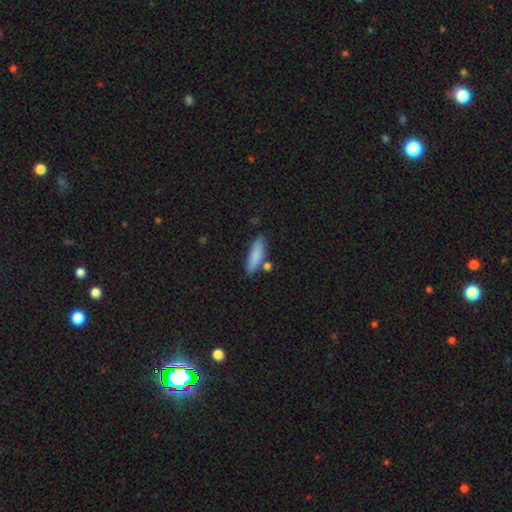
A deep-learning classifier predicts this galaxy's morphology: This is clearly a smooth galaxy (83%). How rounded: possibly cigar-shaped (60%). Merging: likely none (72%).